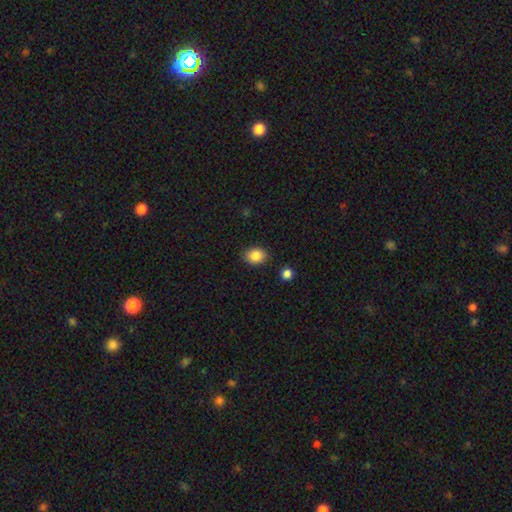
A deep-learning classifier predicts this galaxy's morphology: Smooth or featured? Predicted: smooth (p=0.87). How rounded? Predicted: in between (p=0.50). Merging? Predicted: none (p=0.87).